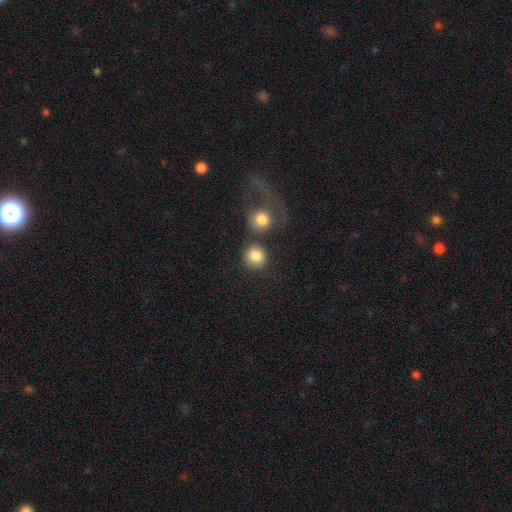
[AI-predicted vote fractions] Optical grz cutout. It shows a smooth galaxy with no disk features (84%) that is round (91%). Merging: none (63%).